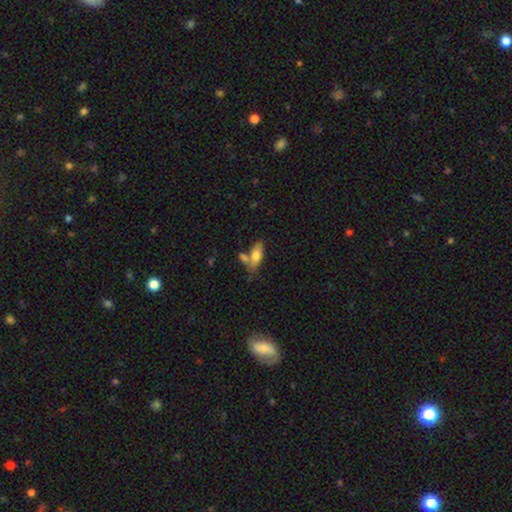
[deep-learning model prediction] Q: Smooth or featured?
A: smooth (72%); runner-up: featured or disk (21%)
Q: How rounded?
A: in between (74%); runner-up: cigar-shaped (23%)
Q: Merging?
A: none (50%); runner-up: merger (30%)